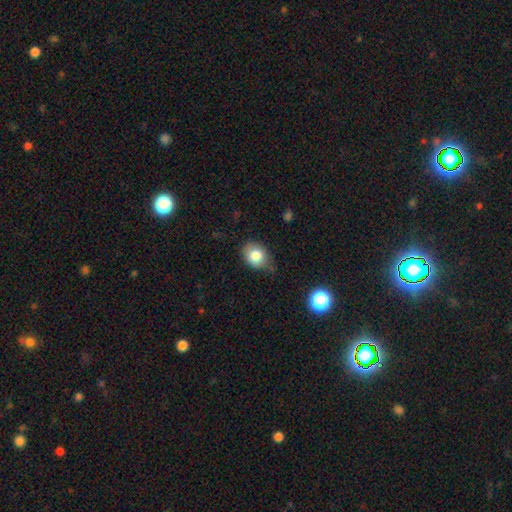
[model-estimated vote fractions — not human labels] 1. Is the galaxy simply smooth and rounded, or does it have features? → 81% smooth, 9% star or artifact, 9% featured or disk.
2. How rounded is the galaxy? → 50% in between, 49% round, 1% cigar-shaped.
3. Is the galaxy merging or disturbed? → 63% none, 29% minor disturbance, 6% major disturbance, 2% merger.